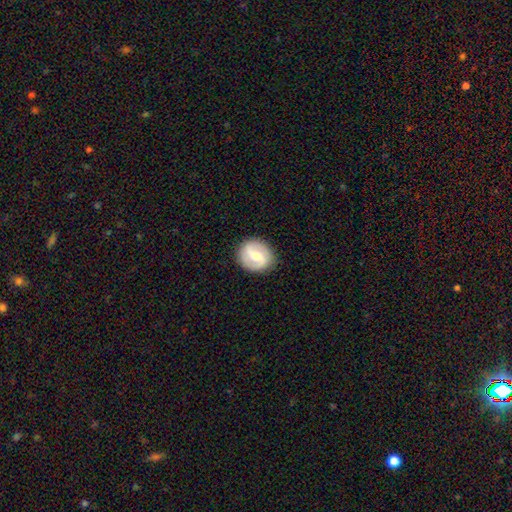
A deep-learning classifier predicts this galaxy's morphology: smooth-or-featured: featured or disk: 69% | smooth: 26% | star or artifact: 5%
  disk-edge-on: no: 98% | yes: 2%
    bar: weak: 52% | strong: 26% | no: 22%
    has-spiral-arms: yes: 88% | no: 12%
      spiral-winding: medium: 46% | tight: 28% | loose: 26%
      spiral-arm-count: 2: 89% | can't tell: 5% | 1: 3% | 3: 1% | 4: 1% | more than 4: 1%
    bulge-size: moderate: 61% | small: 30% | large: 6% | none: 3% | dominant: 1%
  merging: none: 87% | minor disturbance: 9% | major disturbance: 3% | merger: 1%